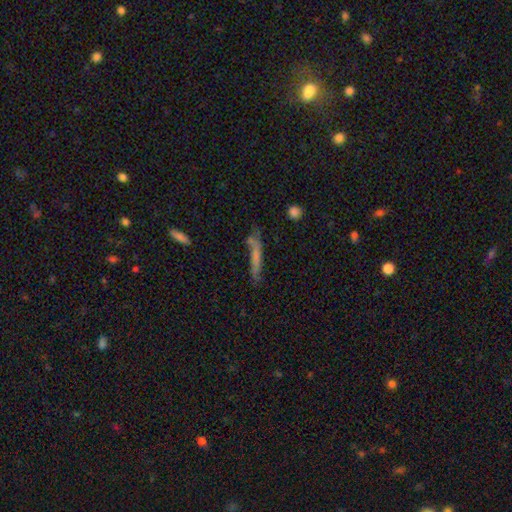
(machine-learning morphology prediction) type=smooth (60%); roundness=cigar-shaped (91%); merging=none (59%).